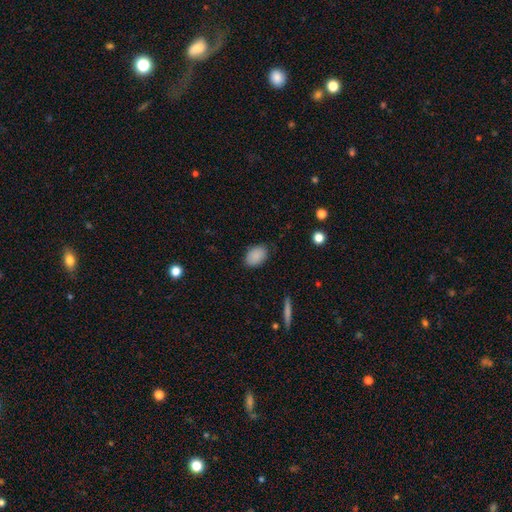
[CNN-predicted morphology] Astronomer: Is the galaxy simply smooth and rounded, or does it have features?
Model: smooth — 88%.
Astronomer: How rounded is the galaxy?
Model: in between — 85%.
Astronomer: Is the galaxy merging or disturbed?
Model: none — 83%.